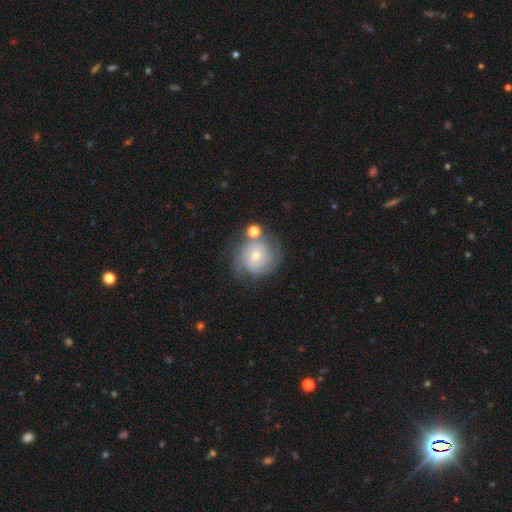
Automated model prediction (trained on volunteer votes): Smooth or featured: featured or disk — 70% (smooth — 22%)
Edge-on disk: no — 97% (yes — 3%)
Bar: no — 73% (weak — 23%)
Spiral arms: yes — 91% (no — 9%)
Spiral winding: tight — 65% (medium — 27%)
Spiral arm count: can't tell — 33% (3 — 26%)
Bulge size: small — 66% (moderate — 29%)
Merging: none — 64% (minor disturbance — 17%)